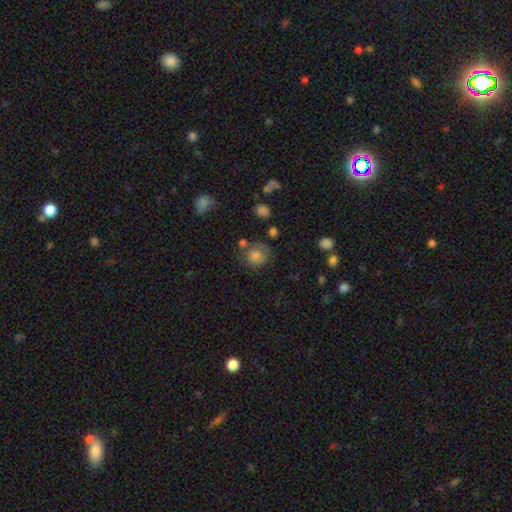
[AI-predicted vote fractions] Smooth or featured? smooth (77%)
How rounded? round (84%)
Merging? none (64%)